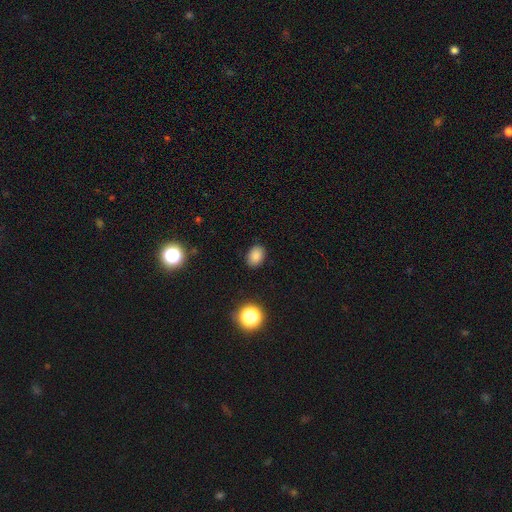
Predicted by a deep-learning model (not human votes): smooth 83%, star or artifact 12%, featured or disk 4%. Down the decision tree: how rounded — in between (74%); merging — none (87%).